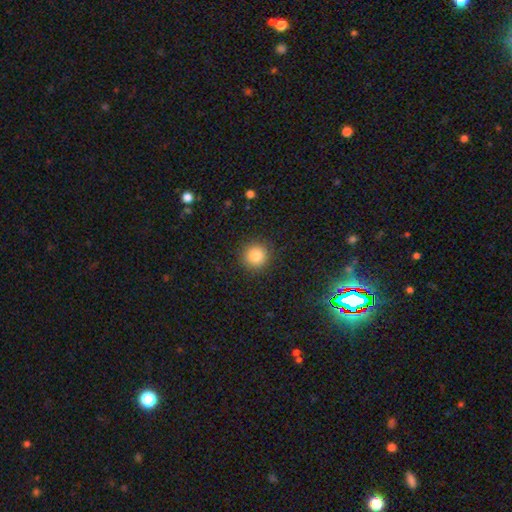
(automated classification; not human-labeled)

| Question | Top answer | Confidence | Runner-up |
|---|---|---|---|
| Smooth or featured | smooth | 83% | star or artifact (11%) |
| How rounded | round | 94% | in between (5%) |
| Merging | none | 90% | minor disturbance (6%) |